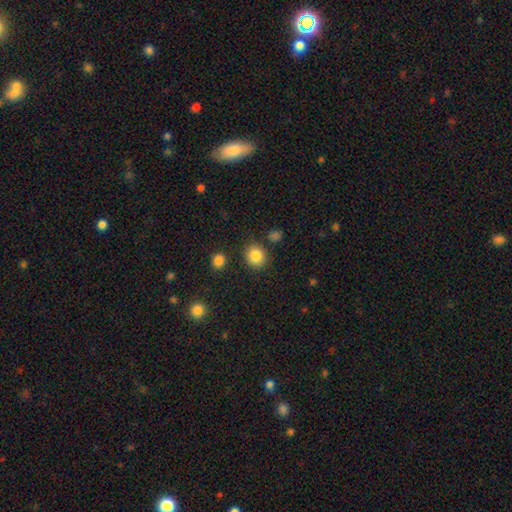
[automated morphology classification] Smooth or featured? smooth (85%)
How rounded? round (81%)
Merging? none (85%)